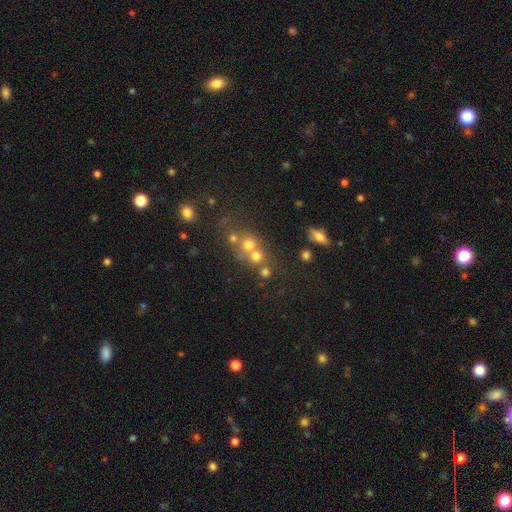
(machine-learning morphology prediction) smooth_or_featured: smooth (p=0.45) [alt: star or artifact p=0.34]
merging: none (p=0.45) [alt: merger p=0.42]